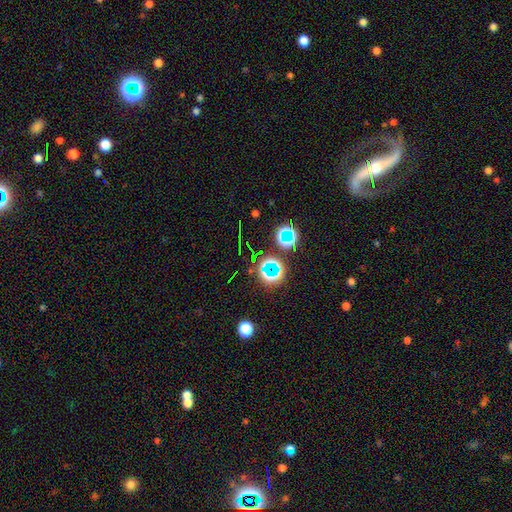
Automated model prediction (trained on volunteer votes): star or artifact 67%, smooth 22%, featured or disk 10%.